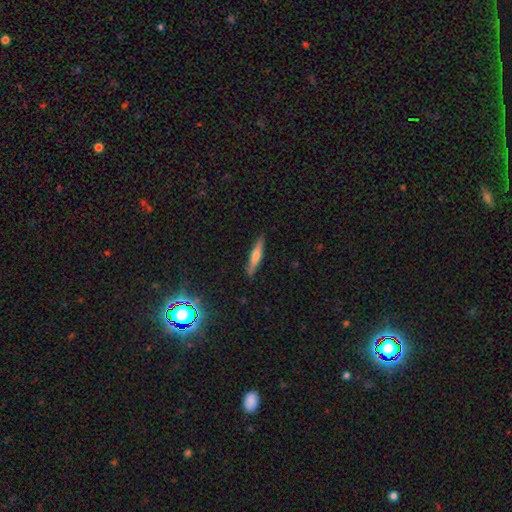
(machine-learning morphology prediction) smooth-or-featured: smooth: 55% | featured or disk: 36% | star or artifact: 9%
  how-rounded: cigar-shaped: 89% | in between: 10% | round: 2%
  merging: none: 88% | minor disturbance: 9% | major disturbance: 2% | merger: 1%